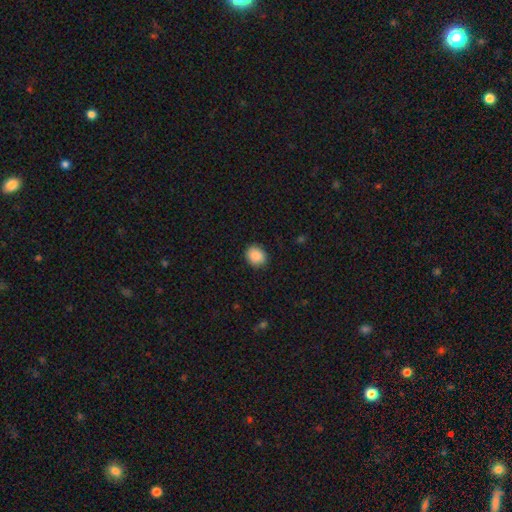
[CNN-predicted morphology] A smooth galaxy with no disk features (89%) that is round (62%).

Vote fractions:
- Smooth or featured? smooth: 89% / star or artifact: 8% / featured or disk: 3%
- How rounded? round: 62% / in between: 37% / cigar-shaped: 1%
- Merging? none: 88% / minor disturbance: 9% / major disturbance: 2% / merger: 1%